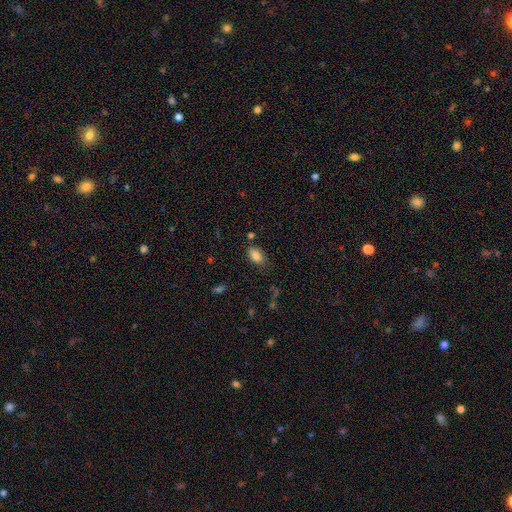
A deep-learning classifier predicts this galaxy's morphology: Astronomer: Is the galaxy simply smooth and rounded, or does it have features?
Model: smooth — 85%.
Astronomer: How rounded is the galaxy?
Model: in between — 89%.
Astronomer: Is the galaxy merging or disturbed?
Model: none — 76%.